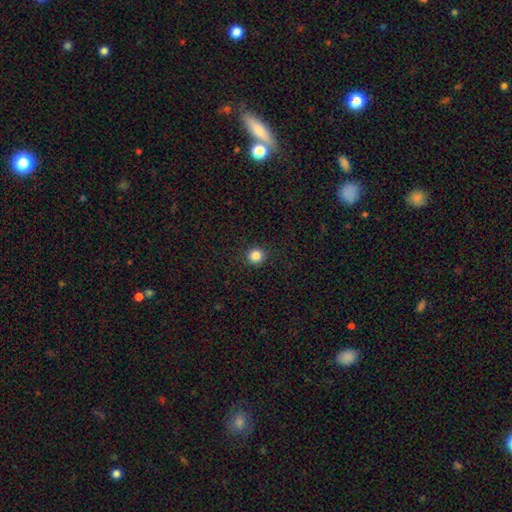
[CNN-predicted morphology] smooth-or-featured: smooth: 85% | star or artifact: 11% | featured or disk: 4%
  how-rounded: round: 93% | in between: 6% | cigar-shaped: 1%
  merging: none: 92% | minor disturbance: 6% | major disturbance: 2% | merger: 1%